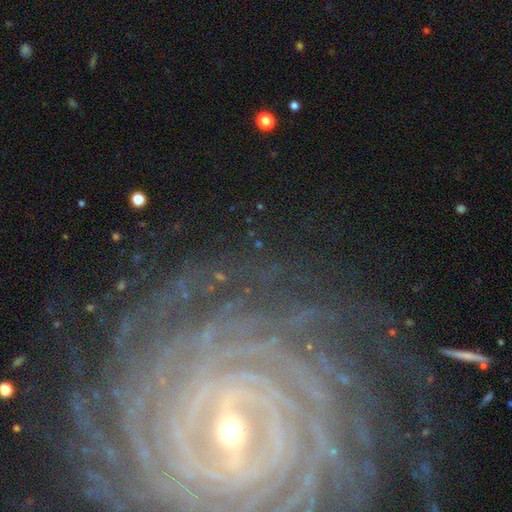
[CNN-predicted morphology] Overall: featured or disk (89%). Edge-on disk: no (97%). Bar: strong (47%; weak 36%). Spiral arms: yes (97%). Spiral arm count: more than 4 (42%; can't tell 18%). Spiral winding: tight (88%). Bulge size: small (69%). Merging: none (82%).